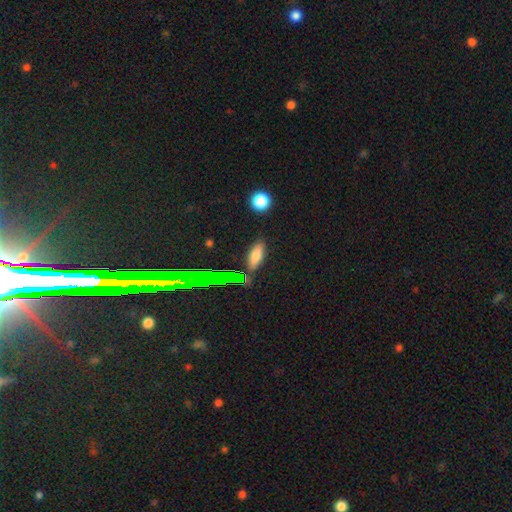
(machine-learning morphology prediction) A smooth galaxy with no disk features (73%) that is in between round and cigar-shaped (66%). Merging: none (81%).